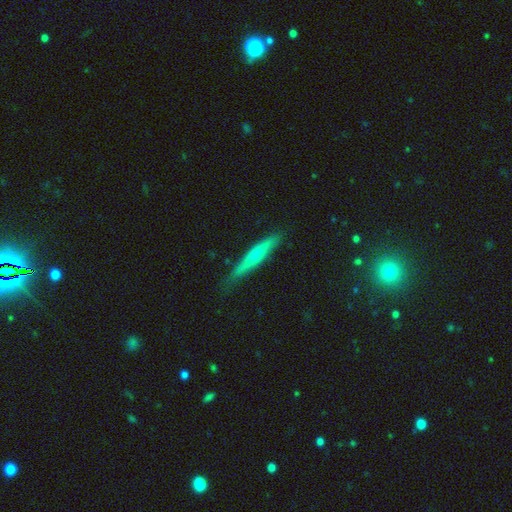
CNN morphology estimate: Overall: featured or disk (51%; smooth 43%). Edge-on disk: yes (93%). Merging: none (80%).